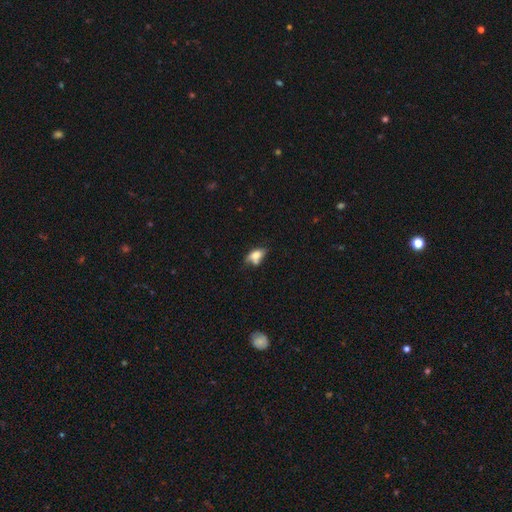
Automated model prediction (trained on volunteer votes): Smooth or featured? Predicted: smooth (p=0.66). How rounded? Predicted: in between (p=0.82). Merging? Predicted: none (p=0.35).